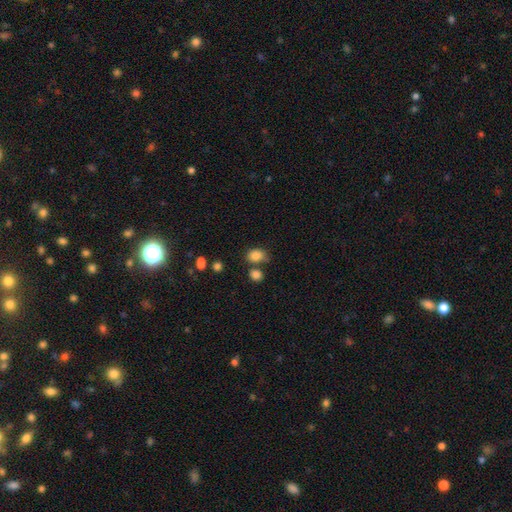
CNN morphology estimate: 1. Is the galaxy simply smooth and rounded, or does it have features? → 85% smooth, 10% star or artifact, 5% featured or disk.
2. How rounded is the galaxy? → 58% in between, 41% round, 1% cigar-shaped.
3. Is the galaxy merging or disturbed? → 52% none, 23% merger, 18% minor disturbance, 7% major disturbance.